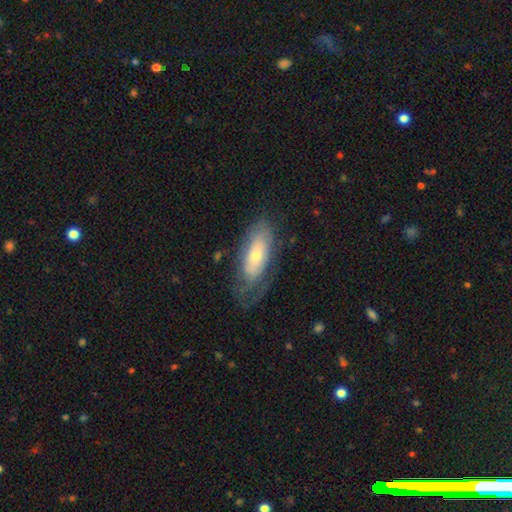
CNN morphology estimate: Smooth or featured: smooth — 47% (featured or disk — 46%)
Merging: none — 56% (minor disturbance — 25%)